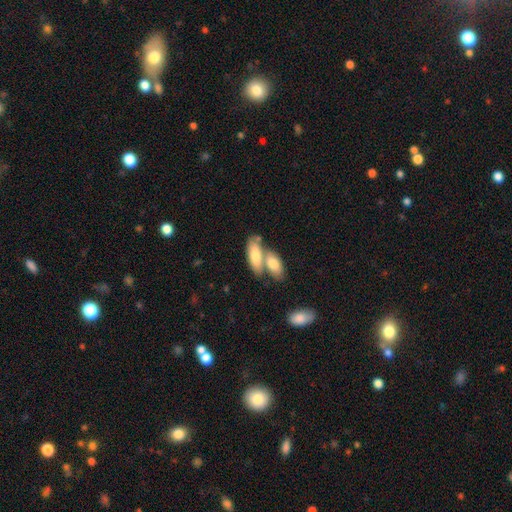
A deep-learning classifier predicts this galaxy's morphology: smooth_or_featured: smooth (p=0.76) [alt: featured or disk p=0.18]
how_rounded: in between (p=0.78) [alt: cigar-shaped p=0.19]
merging: merger (p=0.53) [alt: none p=0.35]